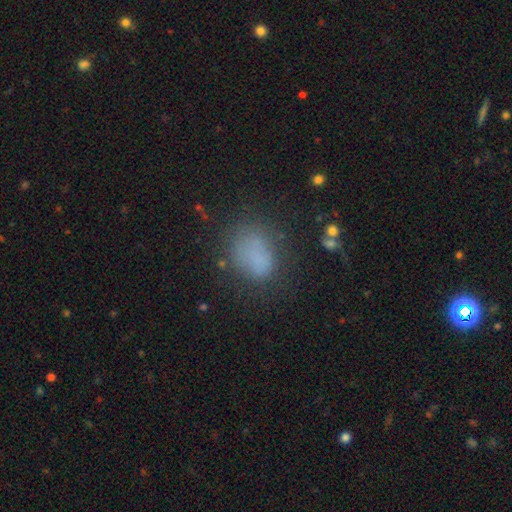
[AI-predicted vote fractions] A smooth galaxy with no disk features (74%) that is in between round and cigar-shaped (70%). Merging: none (62%).